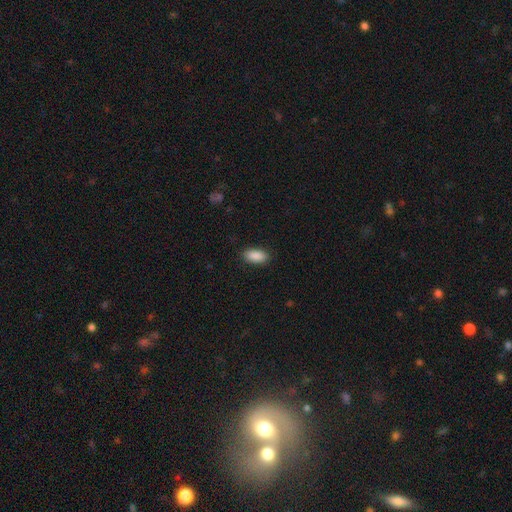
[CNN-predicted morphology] Smooth or featured?
  - smooth: 90% *
  - star or artifact: 7%
  - featured or disk: 3%
How rounded?
  - in between: 91% *
  - cigar-shaped: 6%
  - round: 3%
Merging?
  - none: 88% *
  - minor disturbance: 8%
  - major disturbance: 2%
  - merger: 1%